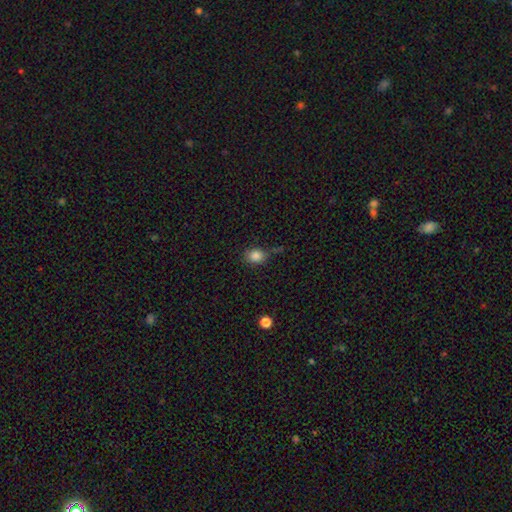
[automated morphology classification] Smooth or featured? smooth (84%)
How rounded? round (59%)
Merging? none (66%)